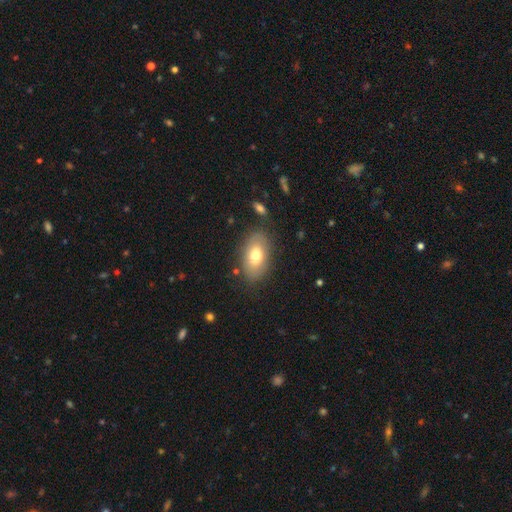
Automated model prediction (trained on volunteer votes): Smooth or featured? Predicted: smooth (p=0.72). How rounded? Predicted: in between (p=0.91). Merging? Predicted: none (p=0.80).